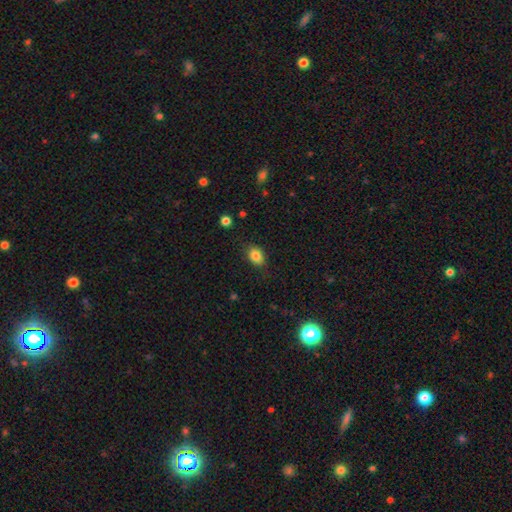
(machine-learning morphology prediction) smooth 83%, star or artifact 10%, featured or disk 7%. Down the decision tree: how rounded — in between (74%); merging — none (81%).